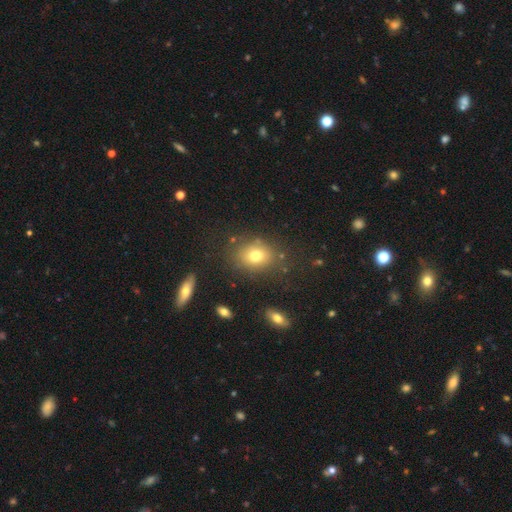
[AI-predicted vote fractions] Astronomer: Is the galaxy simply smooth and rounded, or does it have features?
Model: smooth — 74%.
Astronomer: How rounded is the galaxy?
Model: in between — 51% (runner-up: round, 48%).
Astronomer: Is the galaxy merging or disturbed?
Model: none — 78%.